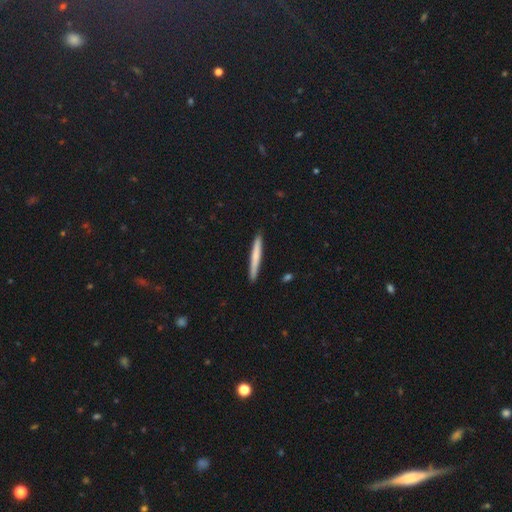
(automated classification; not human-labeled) Morphology: type=smooth (68%); roundness=cigar-shaped (96%); merging=none (90%).